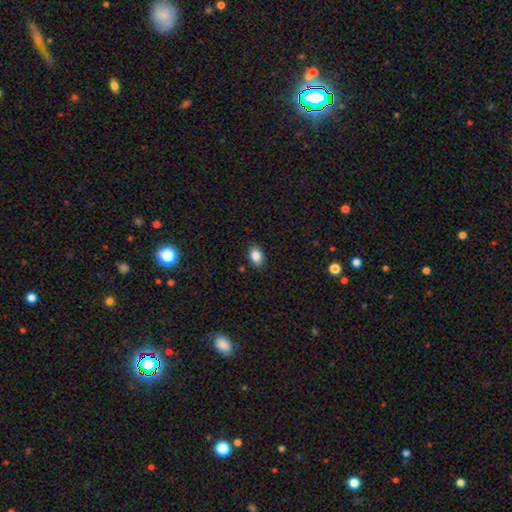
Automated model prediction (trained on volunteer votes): This is clearly a smooth galaxy (86%). How rounded: clearly in between (88%). Merging: clearly none (87%).